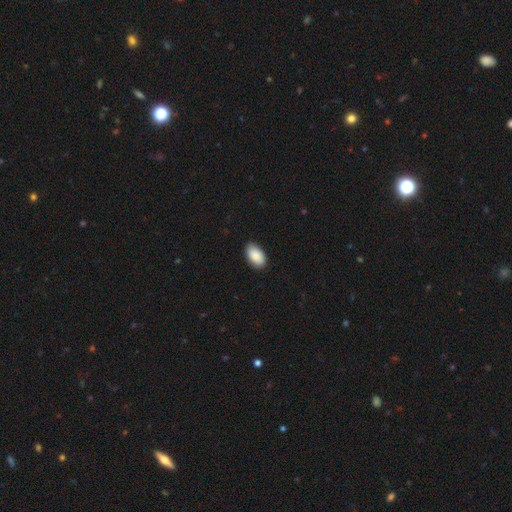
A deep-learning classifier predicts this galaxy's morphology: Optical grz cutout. It shows a smooth galaxy with no disk features (89%) that is in between round and cigar-shaped (95%). Merging: none (84%).